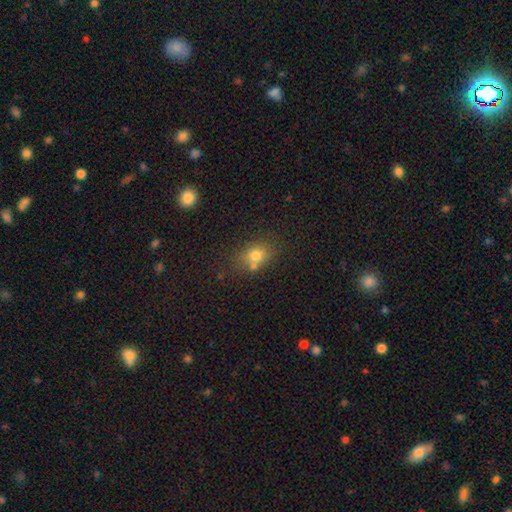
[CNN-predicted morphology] Overall: smooth (74%). How rounded: in between (55%; round 44%). Merging: none (58%; merger 22%).